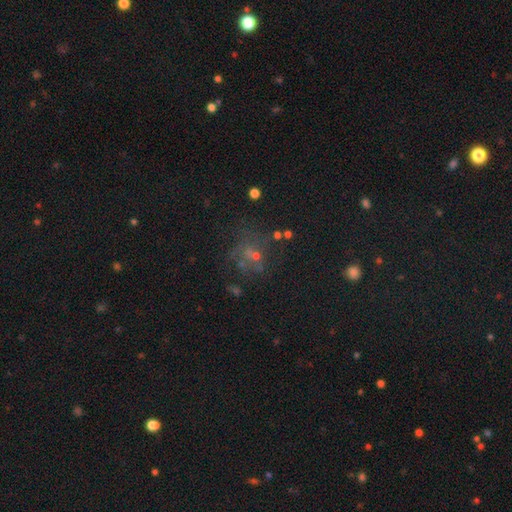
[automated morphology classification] This is marginally a star or artifact rather than a galaxy (36%).